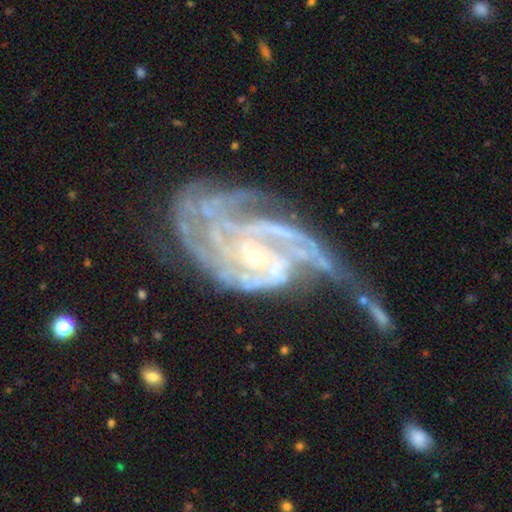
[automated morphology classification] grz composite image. It shows a featured or disk galaxy (90%) with no bar (49%), tight (44%) spiral arms (96%) and a small central bulge (73%). Merging: major disturbance (42%).